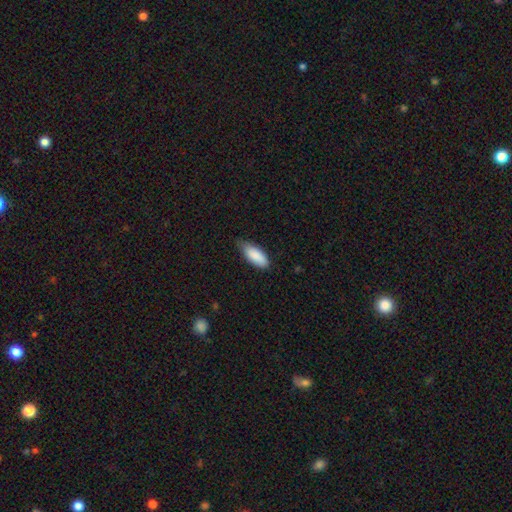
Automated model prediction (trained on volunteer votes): smooth_or_featured: smooth (p=0.88) [alt: star or artifact p=0.06]
how_rounded: in between (p=0.82) [alt: cigar-shaped p=0.17]
merging: none (p=0.59) [alt: minor disturbance p=0.35]